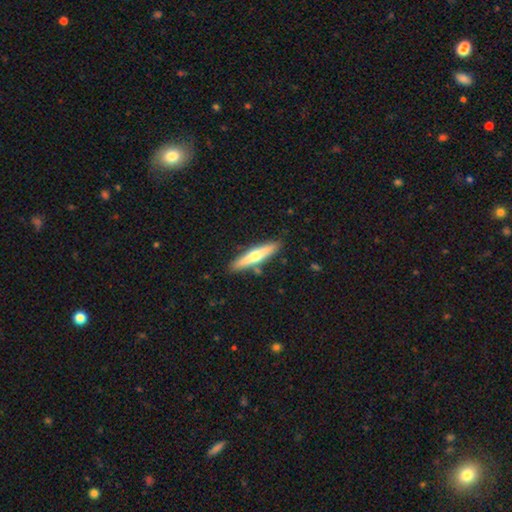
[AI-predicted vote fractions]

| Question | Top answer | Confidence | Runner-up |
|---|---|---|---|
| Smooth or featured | featured or disk | 49% | smooth (46%) |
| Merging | none | 87% | minor disturbance (8%) |